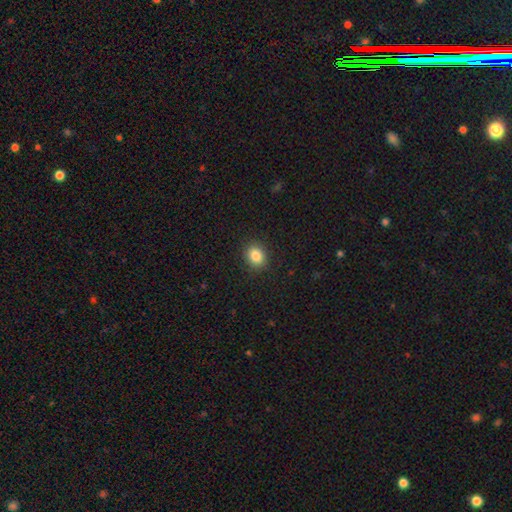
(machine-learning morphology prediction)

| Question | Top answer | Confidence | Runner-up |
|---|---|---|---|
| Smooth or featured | smooth | 85% | star or artifact (10%) |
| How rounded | round | 52% | in between (47%) |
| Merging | none | 89% | minor disturbance (7%) |